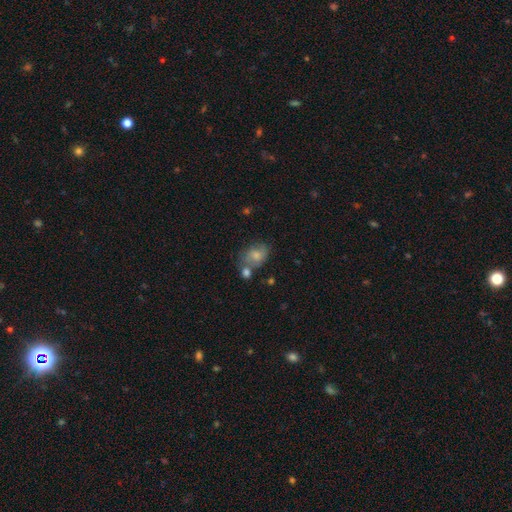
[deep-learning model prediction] Smooth or featured? smooth (65%)
How rounded? in between (63%)
Merging? none (47%)